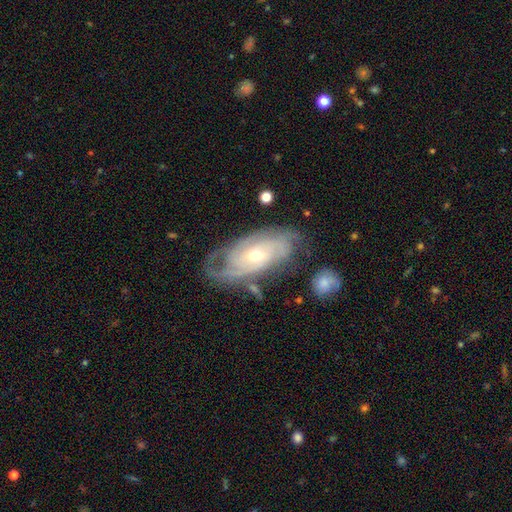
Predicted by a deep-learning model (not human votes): smooth_or_featured: featured or disk (p=0.83) [alt: smooth p=0.11]
disk_edge_on: no (p=0.93) [alt: yes p=0.07]
bar: no (p=0.68) [alt: weak p=0.25]
has_spiral_arms: yes (p=0.92) [alt: no p=0.08]
spiral_winding: tight (p=0.64) [alt: medium p=0.27]
spiral_arm_count: can't tell (p=0.39) [alt: 2 p=0.25]
bulge_size: moderate (p=0.60) [alt: small p=0.36]
merging: none (p=0.63) [alt: minor disturbance p=0.21]